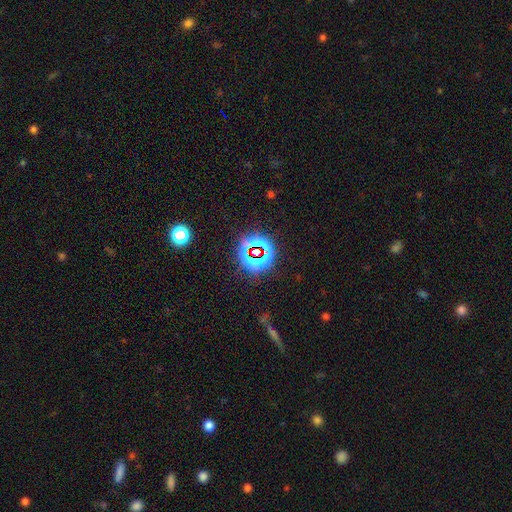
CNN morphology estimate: smooth_or_featured: star or artifact (p=0.78) [alt: smooth p=0.14]